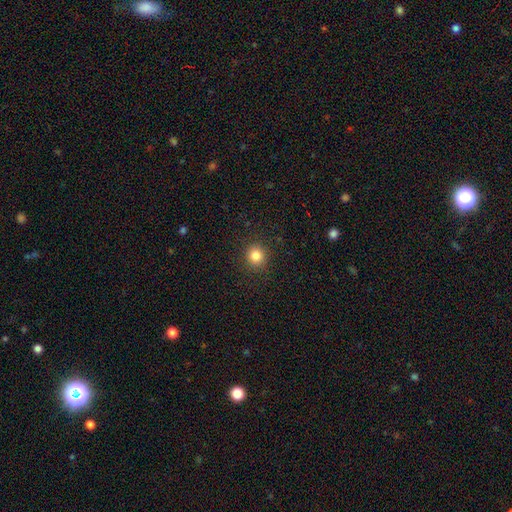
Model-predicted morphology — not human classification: Overall: smooth (83%). How rounded: round (93%). Merging: none (91%).